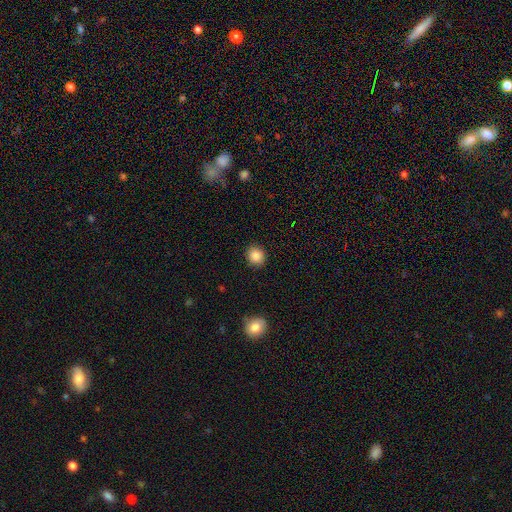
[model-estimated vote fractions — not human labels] Smooth or featured? smooth (87%)
How rounded? round (77%)
Merging? none (89%)